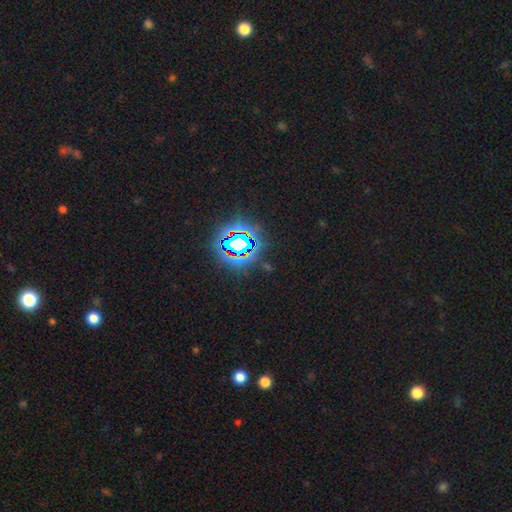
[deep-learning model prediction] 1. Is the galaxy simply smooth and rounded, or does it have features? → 84% star or artifact, 10% smooth, 6% featured or disk.